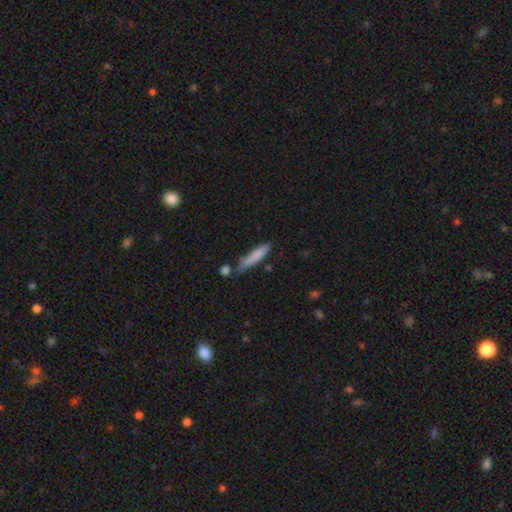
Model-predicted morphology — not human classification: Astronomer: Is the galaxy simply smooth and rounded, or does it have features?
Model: smooth — 78%.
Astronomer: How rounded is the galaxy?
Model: cigar-shaped — 88%.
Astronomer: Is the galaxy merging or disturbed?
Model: none — 65%.